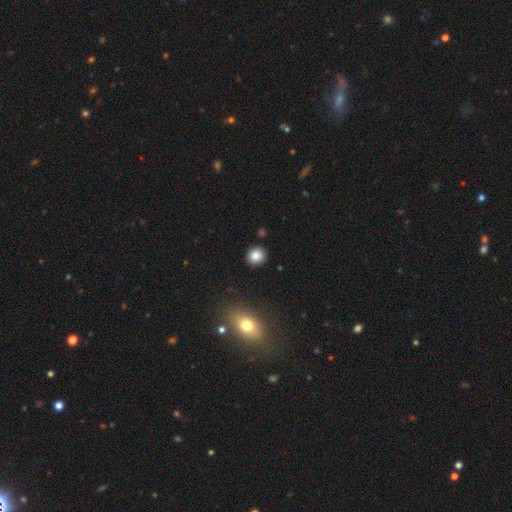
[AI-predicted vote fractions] Smooth or featured: smooth — 85% (star or artifact — 10%)
How rounded: round — 85% (in between — 14%)
Merging: none — 89% (minor disturbance — 7%)